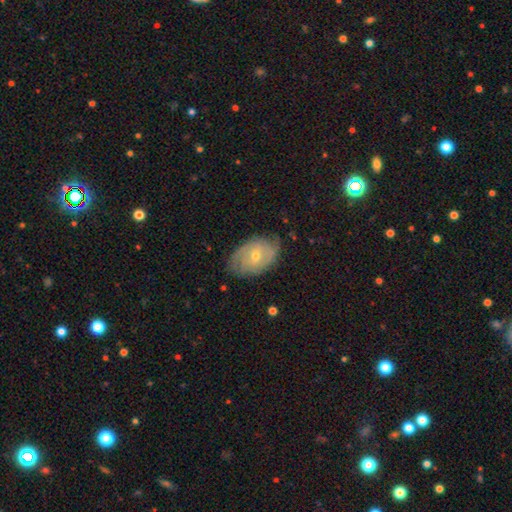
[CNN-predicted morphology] smooth_or_featured: featured or disk (p=0.67) [alt: smooth p=0.25]
disk_edge_on: no (p=0.94) [alt: yes p=0.06]
bar: no (p=0.53) [alt: weak p=0.39]
has_spiral_arms: yes (p=0.82) [alt: no p=0.18]
spiral_winding: tight (p=0.58) [alt: medium p=0.30]
spiral_arm_count: 2 (p=0.41) [alt: can't tell p=0.39]
bulge_size: moderate (p=0.50) [alt: small p=0.47]
merging: none (p=0.72) [alt: minor disturbance p=0.21]